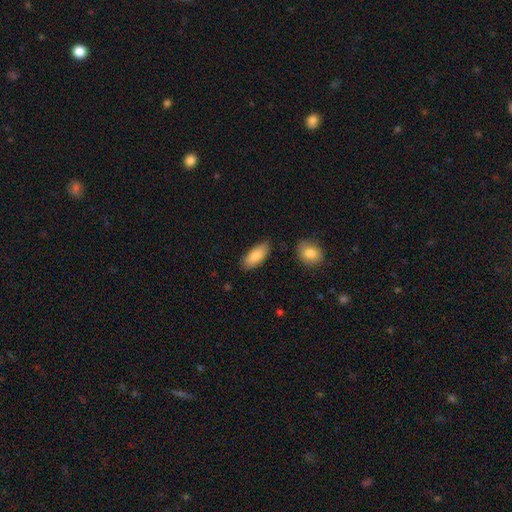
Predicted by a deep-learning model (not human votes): smooth_or_featured: smooth (p=0.83) [alt: featured or disk p=0.11]
how_rounded: in between (p=0.86) [alt: cigar-shaped p=0.12]
merging: none (p=0.81) [alt: minor disturbance p=0.14]